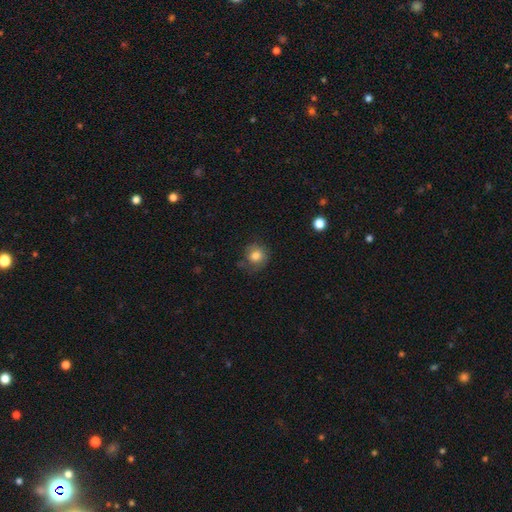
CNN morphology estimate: Overall: smooth (80%). How rounded: round (83%). Merging: none (65%).